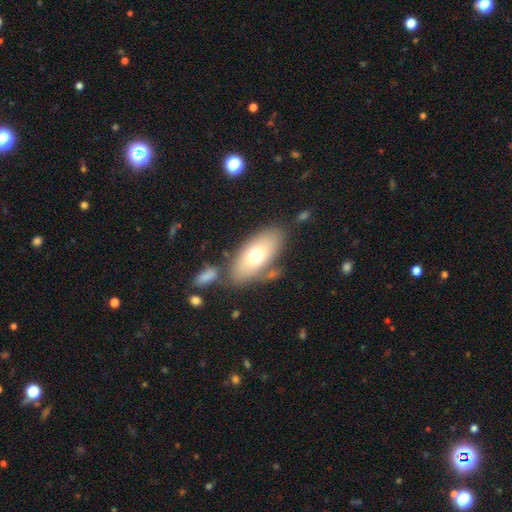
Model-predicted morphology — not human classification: A smooth galaxy with no disk features (68%) that is in between round and cigar-shaped (88%). Merging: none (73%).